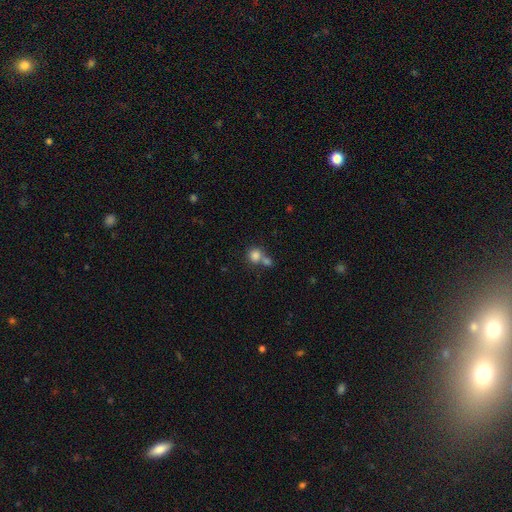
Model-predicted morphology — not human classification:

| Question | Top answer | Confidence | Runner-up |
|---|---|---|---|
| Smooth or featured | smooth | 79% | star or artifact (13%) |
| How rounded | round | 86% | in between (13%) |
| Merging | none | 50% | merger (38%) |